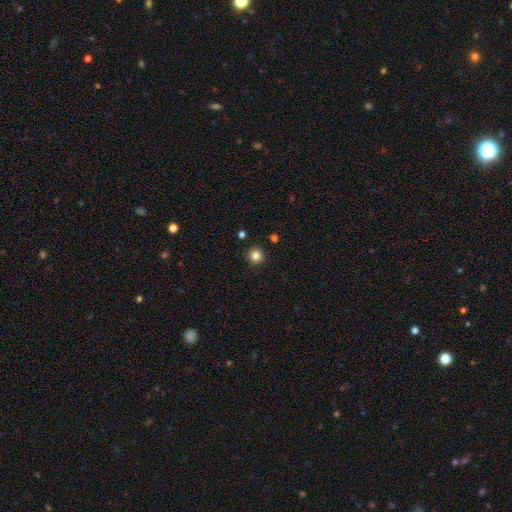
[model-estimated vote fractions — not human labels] smooth 84%, star or artifact 12%, featured or disk 4%. Down the decision tree: how rounded — round (95%); merging — none (91%).